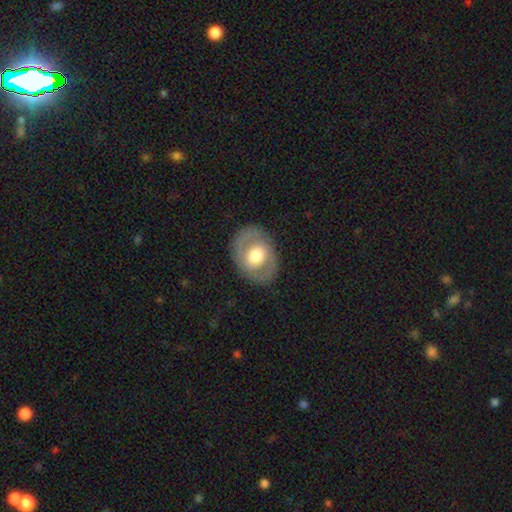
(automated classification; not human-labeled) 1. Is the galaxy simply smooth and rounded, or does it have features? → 48% featured or disk, 46% smooth, 6% star or artifact.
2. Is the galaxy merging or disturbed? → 82% none, 11% minor disturbance, 6% major disturbance, 1% merger.